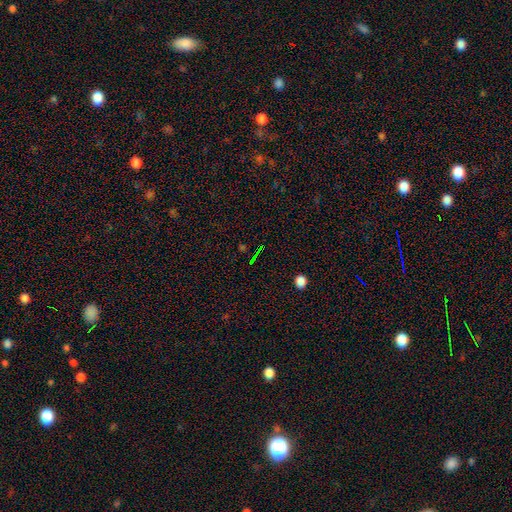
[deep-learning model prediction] Smooth or featured? star or artifact (68%)